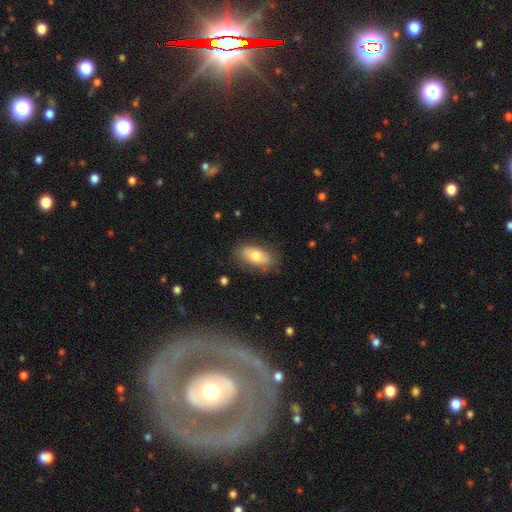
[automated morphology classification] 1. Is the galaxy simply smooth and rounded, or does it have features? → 71% smooth, 22% featured or disk, 7% star or artifact.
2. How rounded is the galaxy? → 89% in between, 7% cigar-shaped, 4% round.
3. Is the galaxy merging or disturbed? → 78% none, 16% minor disturbance, 5% major disturbance, 2% merger.